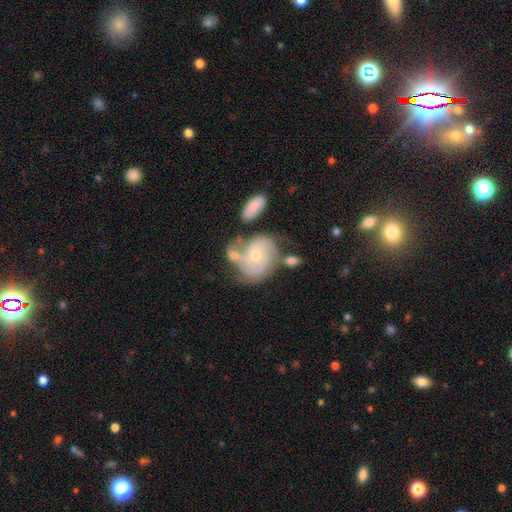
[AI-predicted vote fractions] Smooth or featured: featured or disk — 80% (smooth — 14%)
Edge-on disk: no — 97% (yes — 3%)
Bar: no — 68% (weak — 27%)
Spiral arms: yes — 94% (no — 6%)
Spiral winding: tight — 58% (medium — 33%)
Spiral arm count: 2 — 34% (3 — 25%)
Bulge size: small — 53% (moderate — 44%)
Merging: none — 46% (merger — 22%)